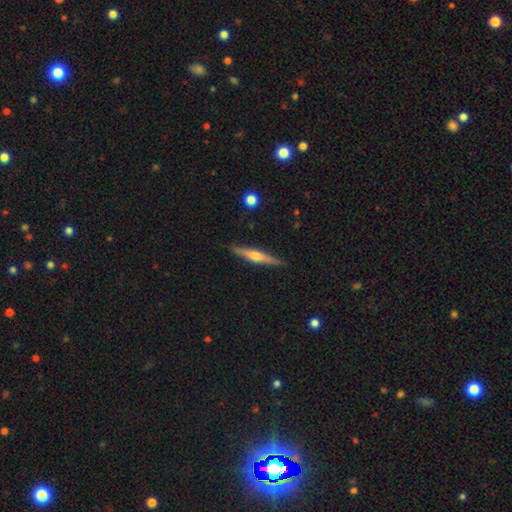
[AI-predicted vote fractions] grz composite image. It shows a featured or disk galaxy (60%) viewed edge-on (96%) with a rounded central bulge (80%). Merging: none (88%).